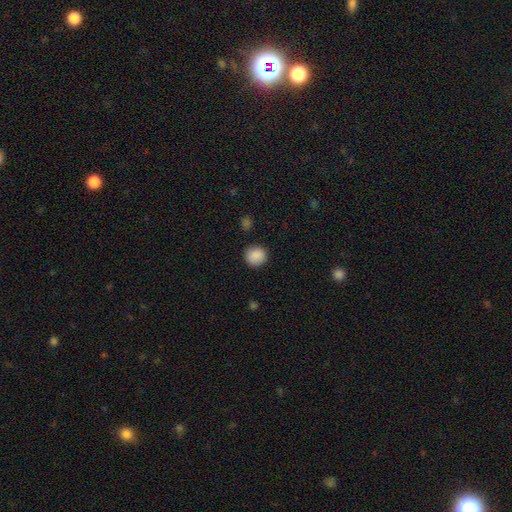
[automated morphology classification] Smooth or featured? smooth (89%)
How rounded? round (88%)
Merging? none (88%)